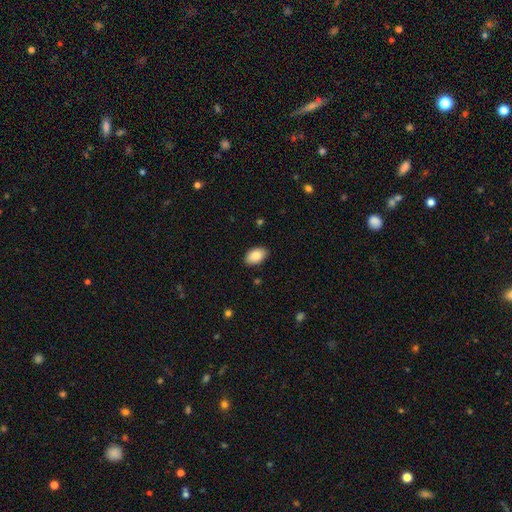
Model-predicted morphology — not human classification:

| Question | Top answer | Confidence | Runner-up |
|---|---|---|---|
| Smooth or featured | smooth | 88% | star or artifact (7%) |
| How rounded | in between | 92% | round (6%) |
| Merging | none | 88% | minor disturbance (9%) |